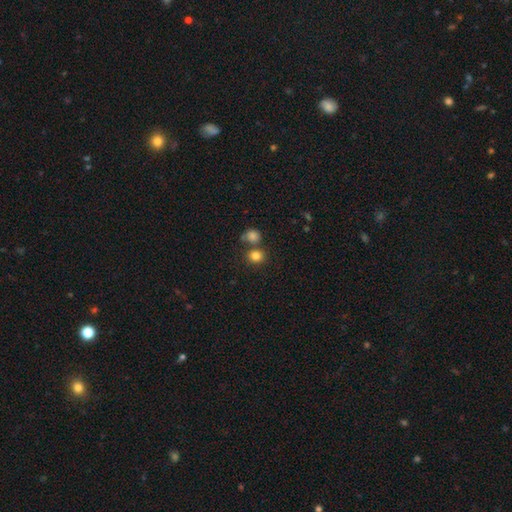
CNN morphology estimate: A smooth galaxy with no disk features (83%) that is round (78%). Merging: none (63%).